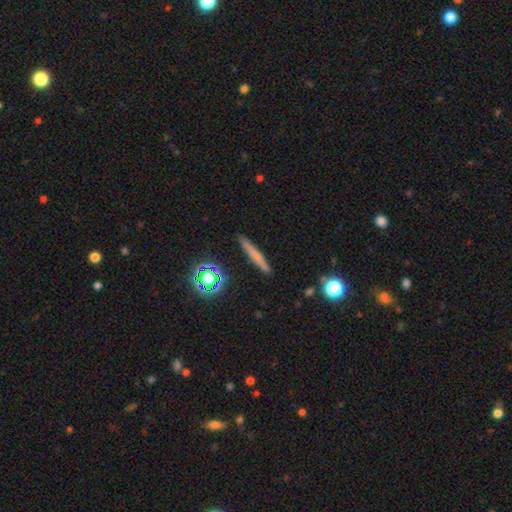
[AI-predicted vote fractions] Overall: smooth (58%; featured or disk 31%). How rounded: cigar-shaped (92%). Merging: none (89%).